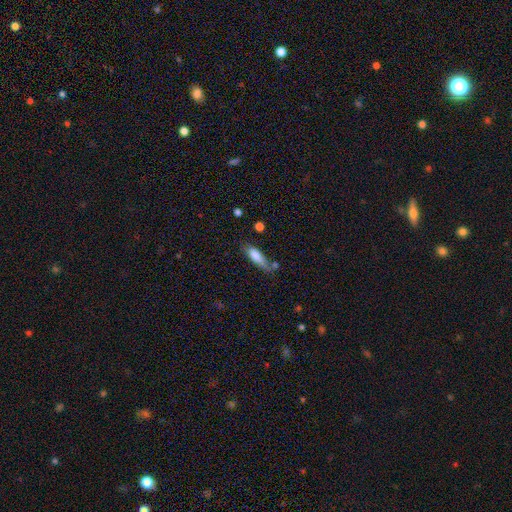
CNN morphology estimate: Smooth or featured: smooth — 78% (featured or disk — 14%)
How rounded: cigar-shaped — 54% (in between — 44%)
Merging: none — 48% (minor disturbance — 29%)